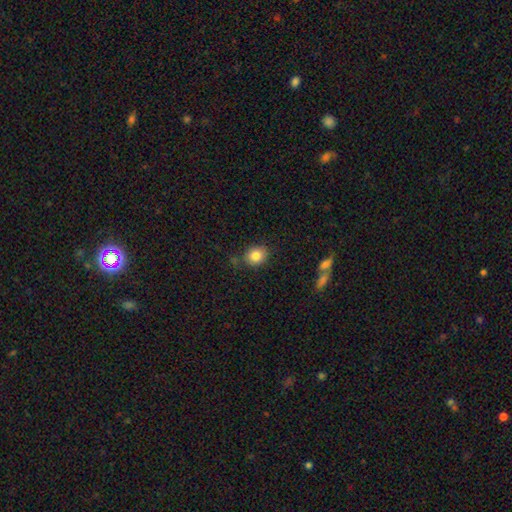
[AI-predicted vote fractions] A smooth galaxy with no disk features (84%) that is round (65%). Merging: none (79%).